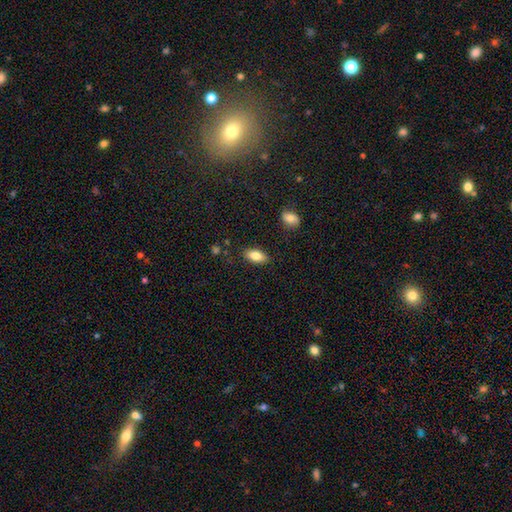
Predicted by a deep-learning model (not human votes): This appears to be a smooth galaxy with no disk features (84%) that is in between round and cigar-shaped (90%). Merging: none (87%).